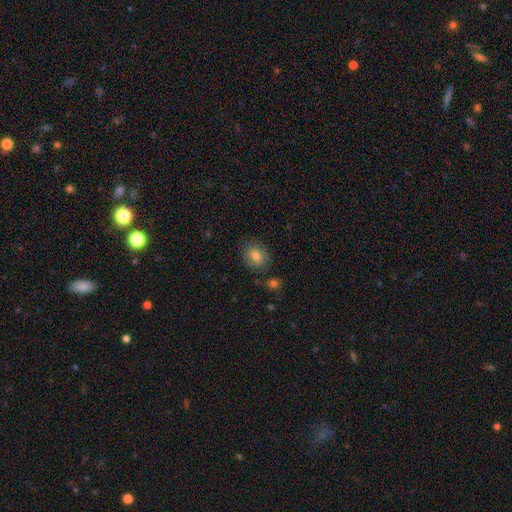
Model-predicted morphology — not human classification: Overall: smooth (79%). How rounded: in between (53%; round 45%). Merging: none (80%).